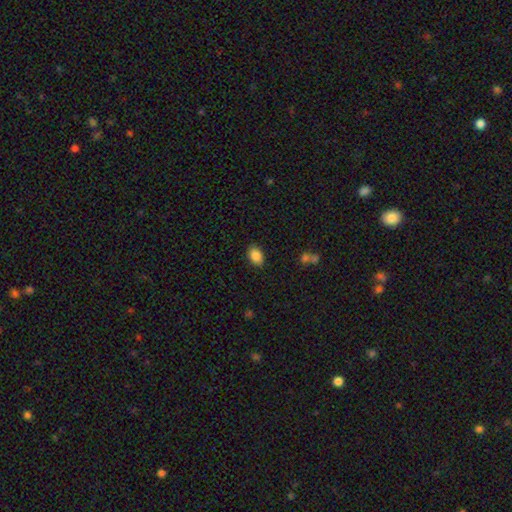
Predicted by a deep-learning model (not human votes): A smooth galaxy with no disk features (88%) that is in between round and cigar-shaped (83%).

Vote fractions:
- Smooth or featured? smooth: 88% / star or artifact: 8% / featured or disk: 4%
- How rounded? in between: 83% / round: 16% / cigar-shaped: 1%
- Merging? none: 85% / minor disturbance: 11% / major disturbance: 3% / merger: 2%